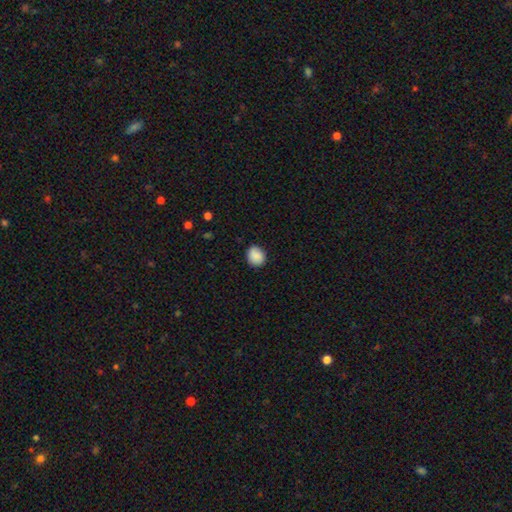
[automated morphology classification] This appears to be a smooth galaxy with no disk features (88%) that is round (71%). Merging: none (86%).